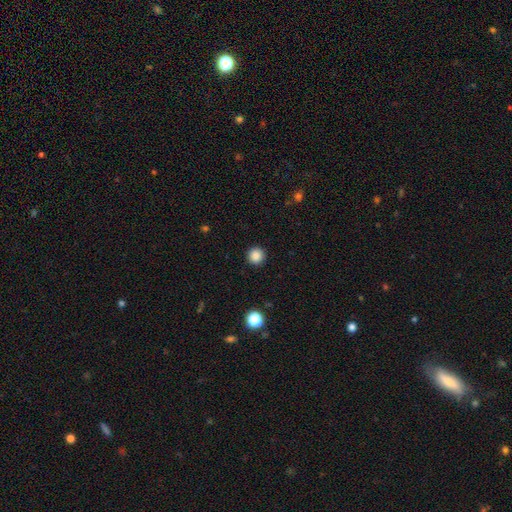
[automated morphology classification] Smooth or featured?
  - smooth: 87% *
  - star or artifact: 10%
  - featured or disk: 3%
How rounded?
  - round: 95% *
  - in between: 4%
  - cigar-shaped: 1%
Merging?
  - none: 93% *
  - minor disturbance: 5%
  - major disturbance: 2%
  - merger: 1%